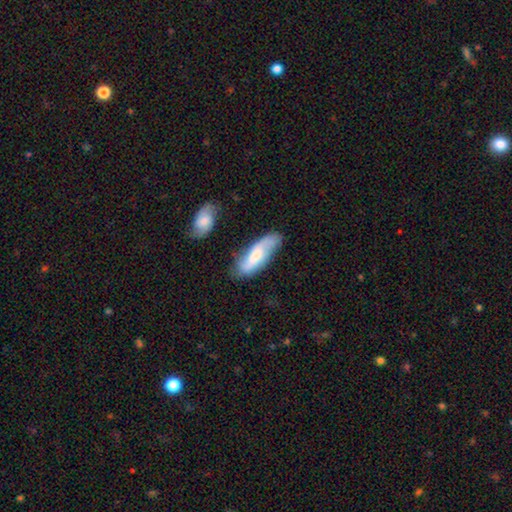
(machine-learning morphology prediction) Smooth or featured: smooth — 51% (featured or disk — 42%)
How rounded: in between — 61% (cigar-shaped — 36%)
Merging: none — 63% (minor disturbance — 24%)